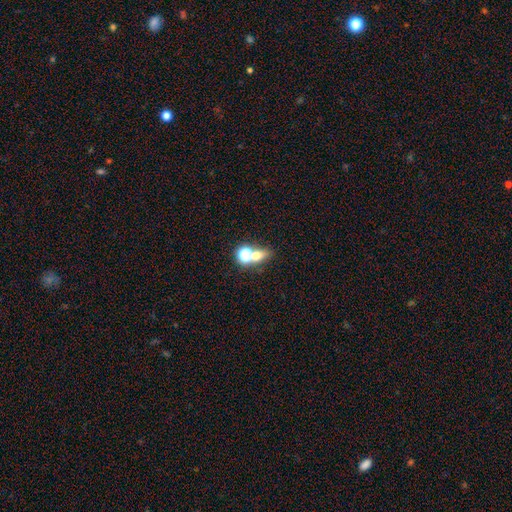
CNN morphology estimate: Smooth or featured: smooth — 60% (star or artifact — 24%)
How rounded: in between — 49% (round — 48%)
Merging: merger — 45% (none — 42%)